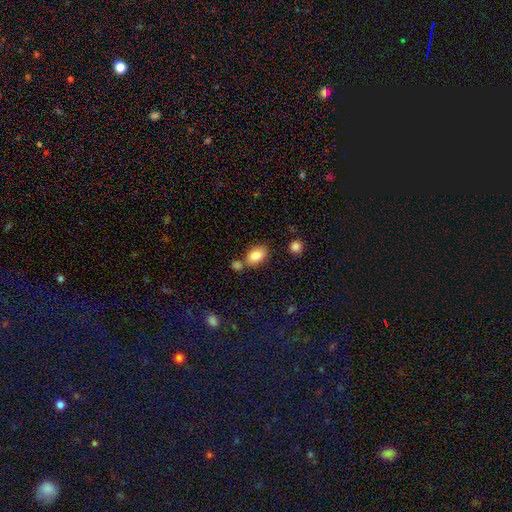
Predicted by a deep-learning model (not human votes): Smooth or featured: smooth — 85% (star or artifact — 8%)
How rounded: in between — 88% (round — 10%)
Merging: none — 65% (merger — 17%)